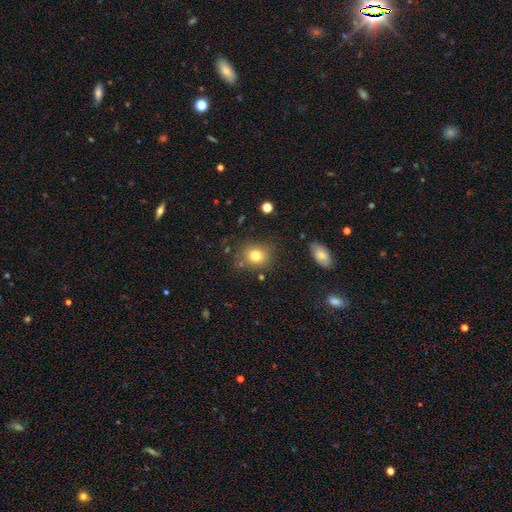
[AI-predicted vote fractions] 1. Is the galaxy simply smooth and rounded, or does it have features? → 79% smooth, 12% star or artifact, 9% featured or disk.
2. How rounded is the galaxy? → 70% round, 29% in between, 1% cigar-shaped.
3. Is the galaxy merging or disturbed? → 79% none, 12% minor disturbance, 4% merger, 4% major disturbance.